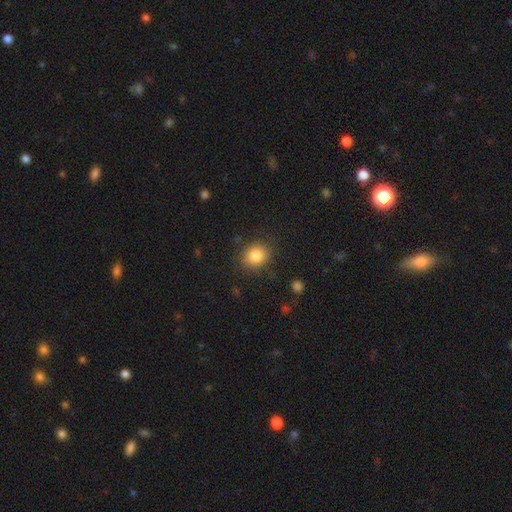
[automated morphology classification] Smooth or featured?
  - smooth: 84% *
  - star or artifact: 10%
  - featured or disk: 6%
How rounded?
  - round: 64% *
  - in between: 35%
  - cigar-shaped: 1%
Merging?
  - none: 81% *
  - minor disturbance: 13%
  - major disturbance: 4%
  - merger: 2%